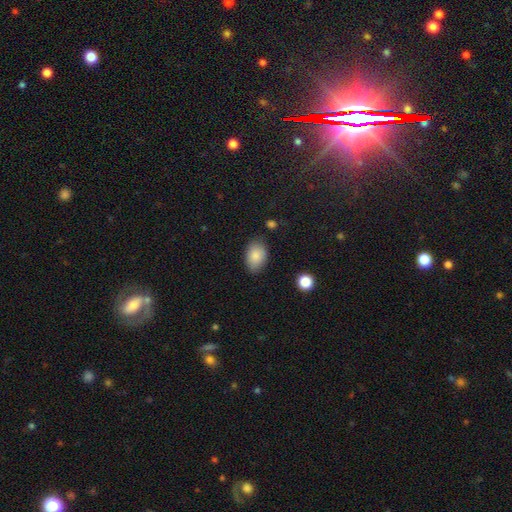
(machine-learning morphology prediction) Q: Smooth or featured?
A: smooth (85%); runner-up: featured or disk (7%)
Q: How rounded?
A: in between (86%); runner-up: round (13%)
Q: Merging?
A: none (77%); runner-up: minor disturbance (17%)